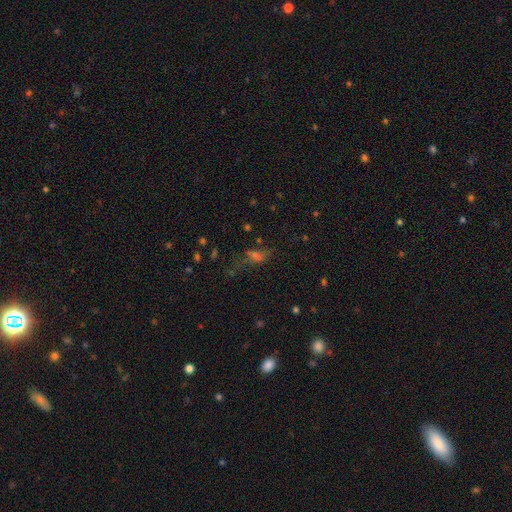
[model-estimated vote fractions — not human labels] smooth 41%, star or artifact 35%, featured or disk 24%. Down the decision tree: merging — none (43%).